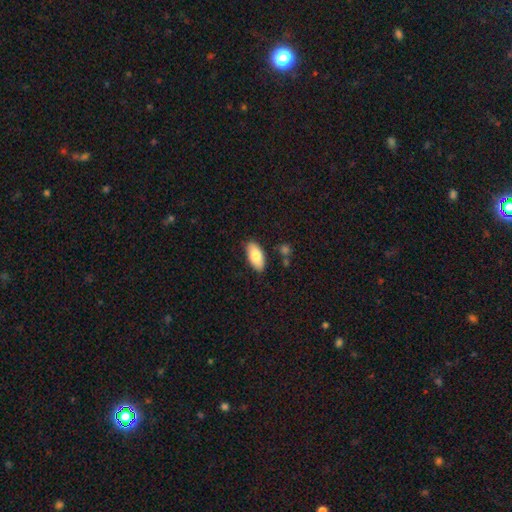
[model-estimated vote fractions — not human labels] Smooth or featured: smooth — 80% (featured or disk — 14%)
How rounded: in between — 91% (cigar-shaped — 6%)
Merging: none — 83% (minor disturbance — 12%)